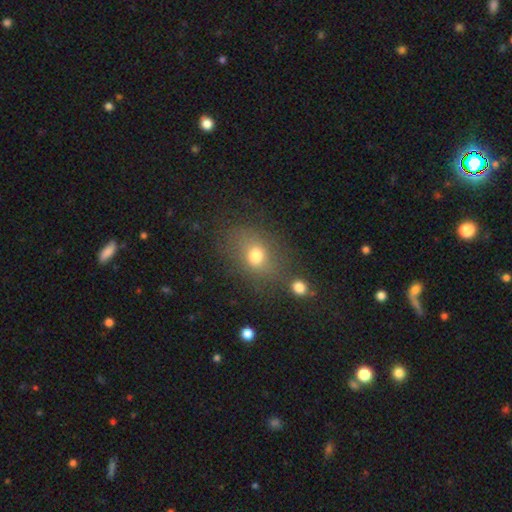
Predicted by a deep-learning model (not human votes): Overall: smooth (69%). How rounded: in between (60%; round 38%). Merging: none (65%).